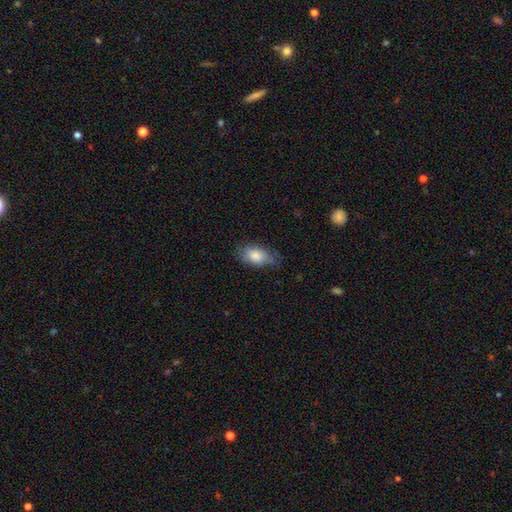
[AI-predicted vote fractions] Smooth or featured: smooth — 82% (featured or disk — 11%)
How rounded: in between — 90% (round — 6%)
Merging: none — 67% (minor disturbance — 26%)